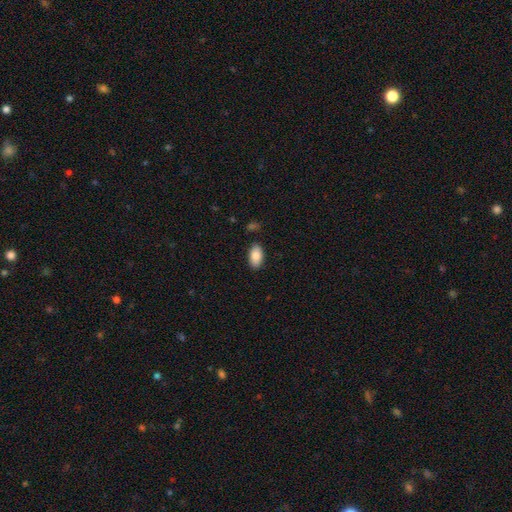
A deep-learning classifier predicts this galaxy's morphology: smooth_or_featured: smooth (p=0.86) [alt: featured or disk p=0.07]
how_rounded: in between (p=0.94) [alt: round p=0.04]
merging: none (p=0.85) [alt: minor disturbance p=0.11]